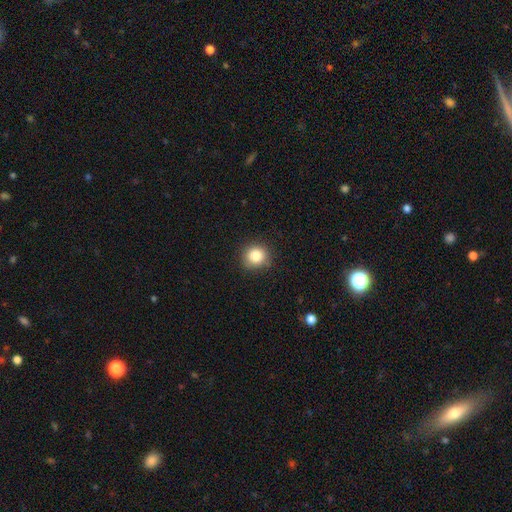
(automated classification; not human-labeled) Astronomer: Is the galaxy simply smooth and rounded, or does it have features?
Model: smooth — 84%.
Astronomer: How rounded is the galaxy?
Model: round — 89%.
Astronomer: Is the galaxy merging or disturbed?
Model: none — 88%.